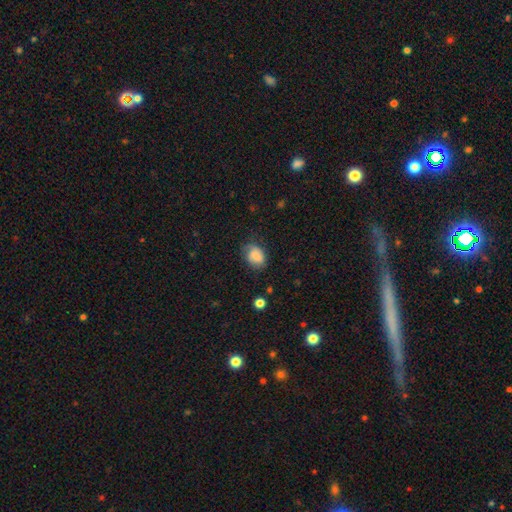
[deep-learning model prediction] Morphology: type=smooth (79%); roundness=in between (64%); merging=none (62%).